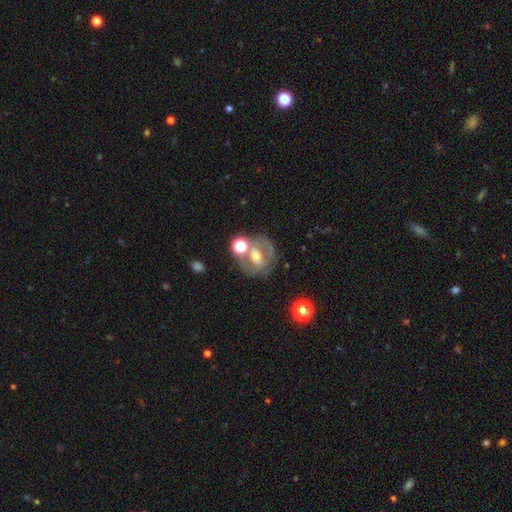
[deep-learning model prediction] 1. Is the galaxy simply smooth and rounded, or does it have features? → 61% featured or disk, 28% smooth, 11% star or artifact.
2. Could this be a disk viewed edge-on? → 95% no, 5% yes.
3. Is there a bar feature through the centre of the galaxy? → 40% no, 35% weak, 26% strong.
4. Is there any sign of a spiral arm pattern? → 50% yes (tied), 50% no (tied).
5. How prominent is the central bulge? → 62% moderate, 26% small, 8% large, 2% none, 2% dominant.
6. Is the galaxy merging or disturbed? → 54% none, 22% merger, 14% minor disturbance, 9% major disturbance.